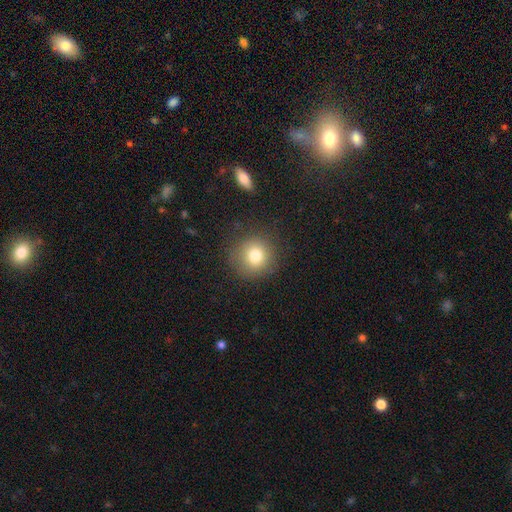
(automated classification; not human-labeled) smooth-or-featured: smooth: 79% | star or artifact: 12% | featured or disk: 10%
  how-rounded: round: 92% | in between: 7% | cigar-shaped: 1%
  merging: none: 84% | minor disturbance: 10% | major disturbance: 4% | merger: 1%